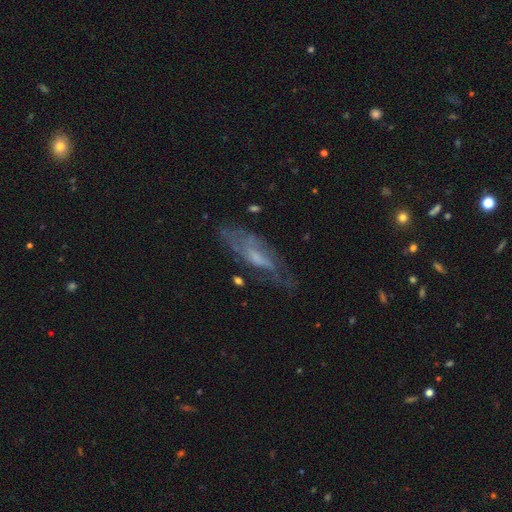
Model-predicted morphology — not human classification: Smooth or featured? featured or disk (62%)
Edge-on disk? no (75%)
Merging? none (55%)